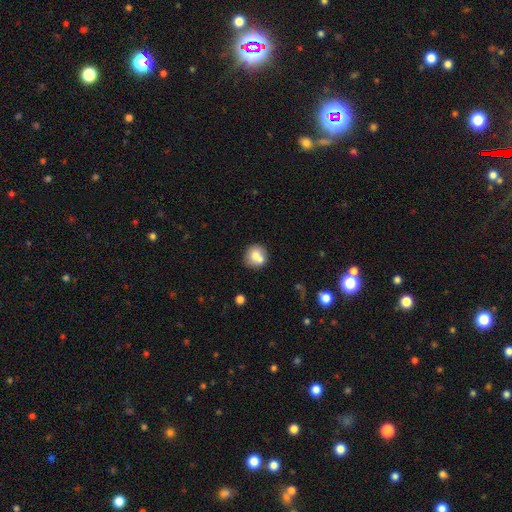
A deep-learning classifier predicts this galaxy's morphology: Smooth or featured?
  - smooth: 73% *
  - featured or disk: 18%
  - star or artifact: 9%
How rounded?
  - round: 83% *
  - in between: 16%
  - cigar-shaped: 1%
Merging?
  - none: 54% *
  - merger: 29%
  - minor disturbance: 13%
  - major disturbance: 4%